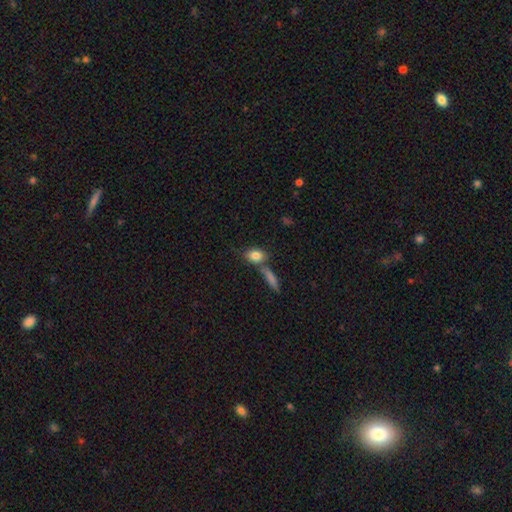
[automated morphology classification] smooth_or_featured: smooth (p=0.82) [alt: featured or disk p=0.10]
how_rounded: in between (p=0.70) [alt: round p=0.25]
merging: none (p=0.57) [alt: merger p=0.27]